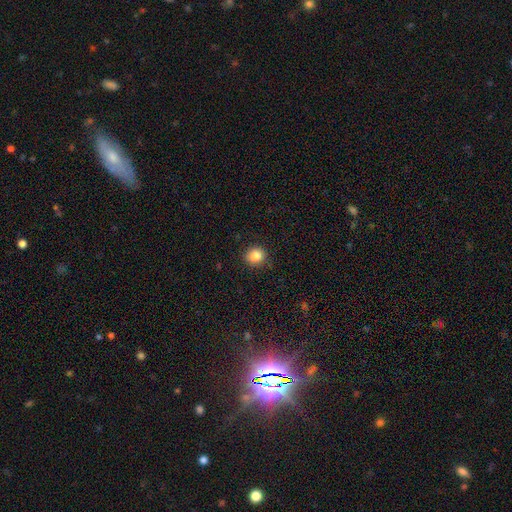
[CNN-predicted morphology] Smooth or featured? smooth (85%)
How rounded? round (87%)
Merging? none (90%)